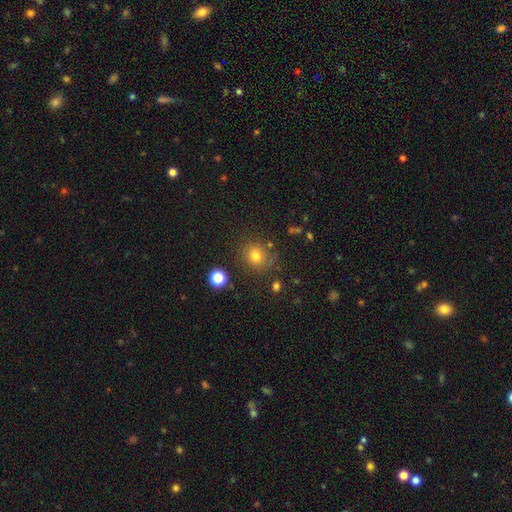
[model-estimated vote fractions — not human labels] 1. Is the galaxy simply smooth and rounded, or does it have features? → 77% smooth, 16% star or artifact, 8% featured or disk.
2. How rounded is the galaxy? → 82% round, 17% in between, 1% cigar-shaped.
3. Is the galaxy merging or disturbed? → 79% none, 13% minor disturbance, 4% major disturbance, 4% merger.